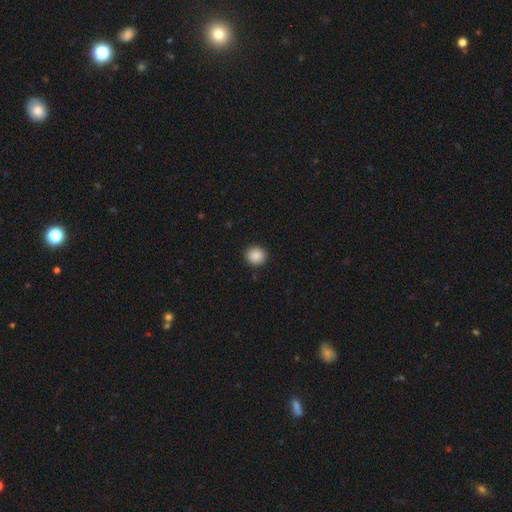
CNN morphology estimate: A smooth galaxy with no disk features (88%) that is round (88%).

Vote fractions:
- Smooth or featured? smooth: 88% / star or artifact: 9% / featured or disk: 3%
- How rounded? round: 88% / in between: 11% / cigar-shaped: 1%
- Merging? none: 92% / minor disturbance: 6% / major disturbance: 2% / merger: 1%